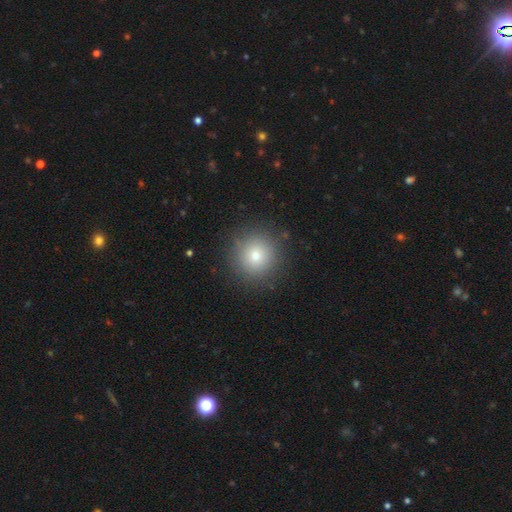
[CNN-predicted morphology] Smooth or featured? Predicted: smooth (p=0.76). How rounded? Predicted: round (p=0.94). Merging? Predicted: none (p=0.89).